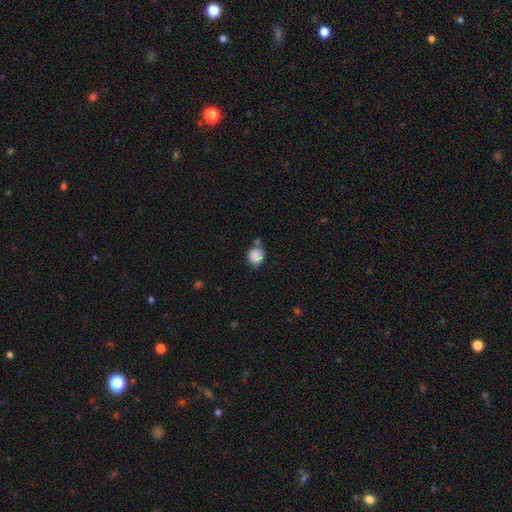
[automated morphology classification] Smooth or featured? smooth (85%)
How rounded? round (75%)
Merging? none (59%)